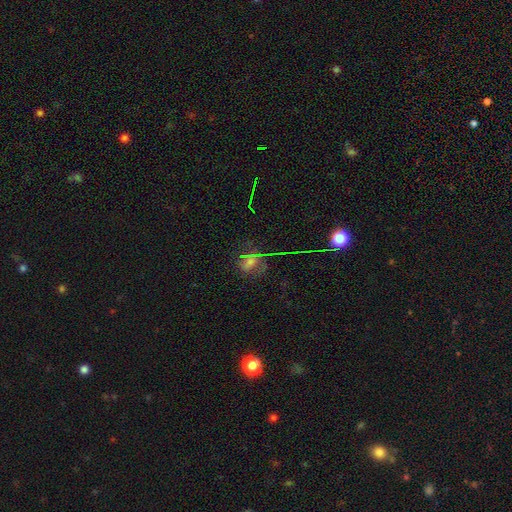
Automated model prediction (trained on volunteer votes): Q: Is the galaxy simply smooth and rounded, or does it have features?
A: star or artifact — 56%.